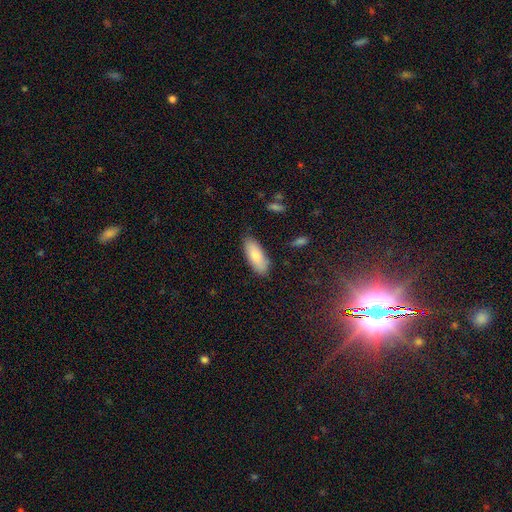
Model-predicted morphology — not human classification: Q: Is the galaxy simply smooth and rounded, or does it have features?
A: smooth — 83%.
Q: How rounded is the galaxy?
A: in between — 75%.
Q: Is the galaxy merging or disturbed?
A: none — 83%.